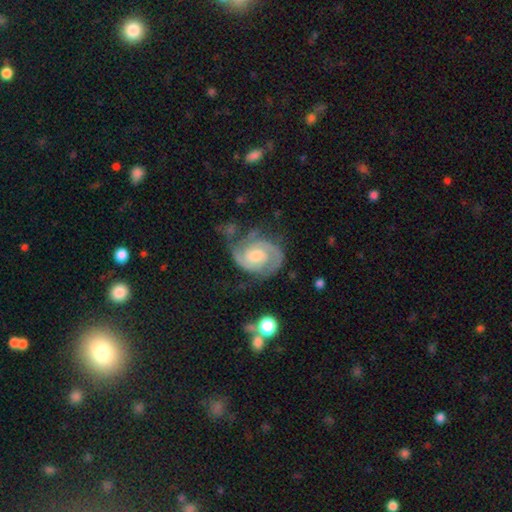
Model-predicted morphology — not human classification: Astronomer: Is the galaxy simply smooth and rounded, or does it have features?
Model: featured or disk — 89%.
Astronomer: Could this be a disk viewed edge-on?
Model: no — 98%.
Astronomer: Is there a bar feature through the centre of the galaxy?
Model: no — 55% (runner-up: weak, 38%).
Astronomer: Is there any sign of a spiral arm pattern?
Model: yes — 98%.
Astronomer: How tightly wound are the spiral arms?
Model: tight — 55% (runner-up: medium, 38%).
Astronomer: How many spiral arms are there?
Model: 2 — 85%.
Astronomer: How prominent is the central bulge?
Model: moderate — 58%.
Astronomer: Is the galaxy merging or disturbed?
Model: none — 66%.